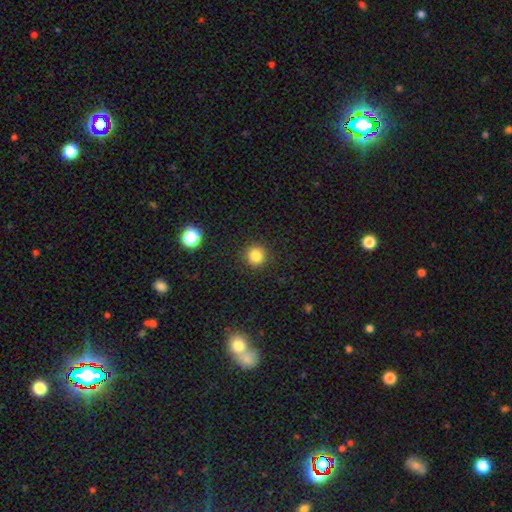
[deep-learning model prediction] A smooth galaxy with no disk features (83%) that is round (94%). Merging: none (91%).